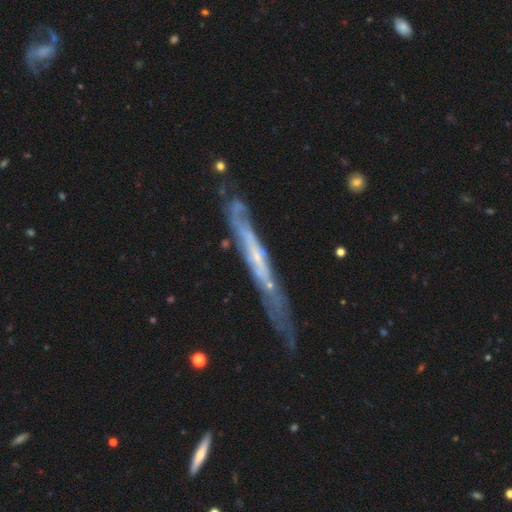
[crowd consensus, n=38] Volunteers were most divided on "merging": none: 56%, minor disturbance: 21%, major disturbance: 18%, merger: 6%. More confident: edge-on disk — yes (90%); smooth or featured — featured or disk (82%); edge-on bulge — none (71%).